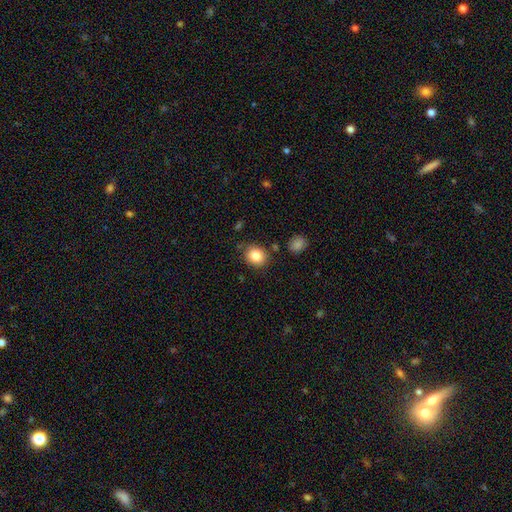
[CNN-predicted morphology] type=smooth (84%); roundness=round (69%); merging=none (82%).